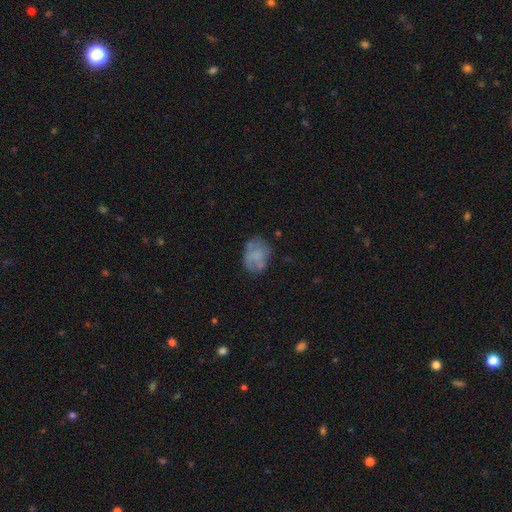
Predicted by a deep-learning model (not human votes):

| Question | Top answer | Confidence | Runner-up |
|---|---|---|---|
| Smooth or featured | smooth | 54% | featured or disk (37%) |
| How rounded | in between | 67% | round (32%) |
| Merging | none | 53% | minor disturbance (26%) |